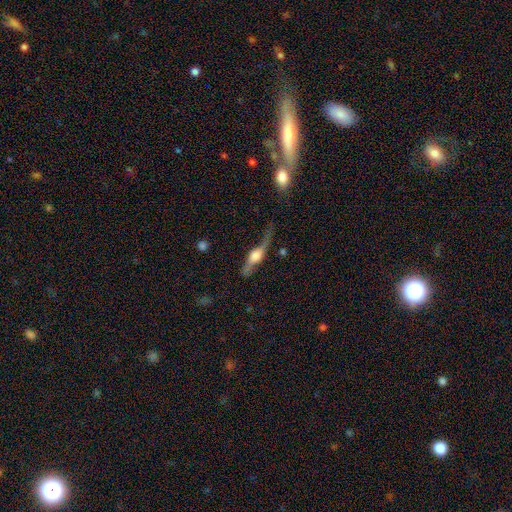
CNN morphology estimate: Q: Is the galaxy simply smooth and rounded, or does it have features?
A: featured or disk — 70%.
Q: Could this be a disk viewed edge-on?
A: yes — 84%.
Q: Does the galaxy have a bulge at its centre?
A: rounded — 89%.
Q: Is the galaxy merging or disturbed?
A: none — 53%.